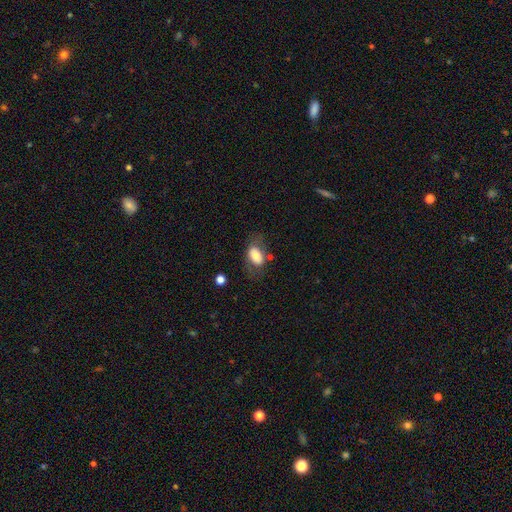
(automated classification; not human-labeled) Smooth or featured?
  - smooth: 69% *
  - featured or disk: 24%
  - star or artifact: 8%
How rounded?
  - in between: 87% *
  - round: 11%
  - cigar-shaped: 2%
Merging?
  - none: 60% *
  - minor disturbance: 21%
  - major disturbance: 13%
  - merger: 6%